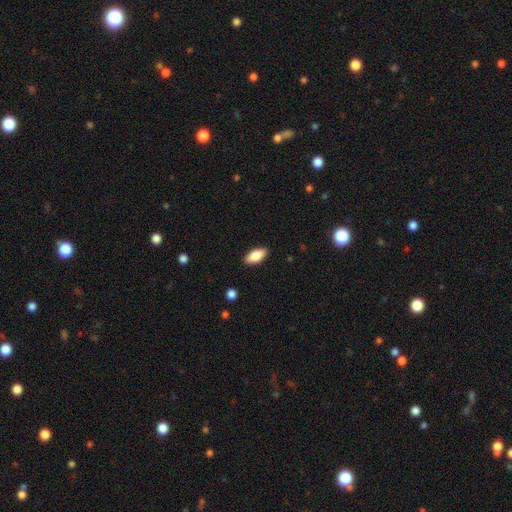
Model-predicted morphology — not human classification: Overall: smooth (84%). How rounded: in between (90%). Merging: none (88%).